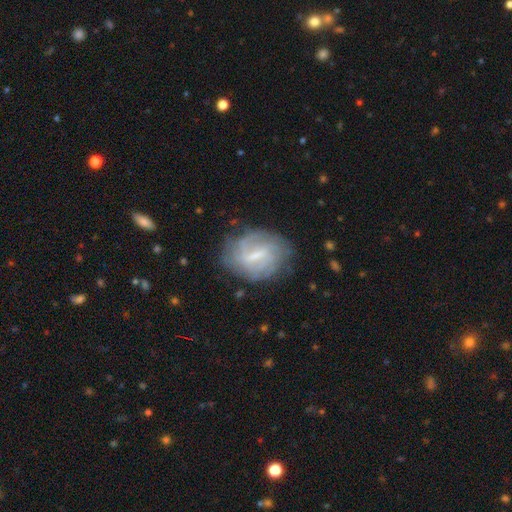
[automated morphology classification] Q: Smooth or featured?
A: featured or disk (73%); runner-up: smooth (20%)
Q: Edge-on disk?
A: no (96%); runner-up: yes (4%)
Q: Bar?
A: weak (54%); runner-up: strong (35%)
Q: Spiral arms?
A: yes (81%); runner-up: no (19%)
Q: Spiral winding?
A: tight (50%); runner-up: medium (33%)
Q: Spiral arm count?
A: can't tell (49%); runner-up: 2 (27%)
Q: Bulge size?
A: small (48%); runner-up: moderate (28%)
Q: Merging?
A: none (69%); runner-up: minor disturbance (20%)